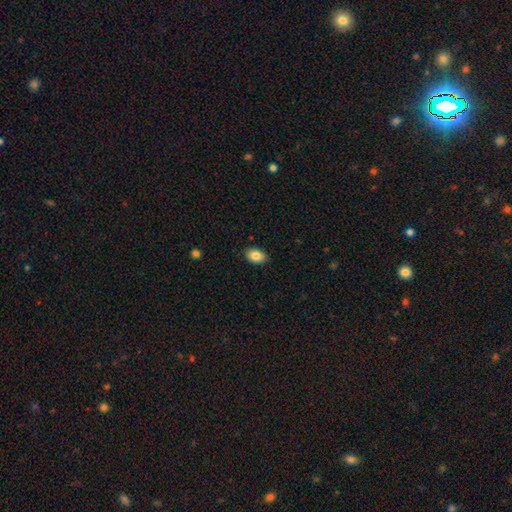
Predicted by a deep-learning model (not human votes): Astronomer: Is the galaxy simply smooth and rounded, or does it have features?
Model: smooth — 86%.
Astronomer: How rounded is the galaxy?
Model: in between — 83%.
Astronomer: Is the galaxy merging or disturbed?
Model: none — 87%.